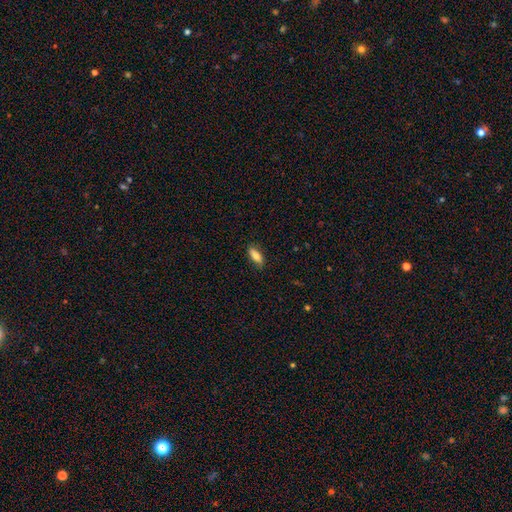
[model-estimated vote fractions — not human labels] A smooth galaxy with no disk features (81%) that is in between round and cigar-shaped (73%).

Vote fractions:
- Smooth or featured? smooth: 81% / featured or disk: 12% / star or artifact: 7%
- How rounded? in between: 73% / cigar-shaped: 25% / round: 2%
- Merging? none: 84% / minor disturbance: 13% / major disturbance: 2% / merger: 1%